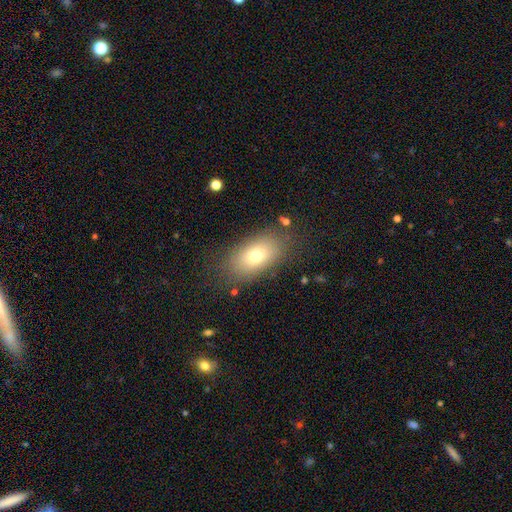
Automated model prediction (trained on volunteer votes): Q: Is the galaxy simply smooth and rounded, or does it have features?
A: smooth — 74%.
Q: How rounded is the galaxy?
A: in between — 88%.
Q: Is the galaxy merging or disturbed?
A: none — 80%.